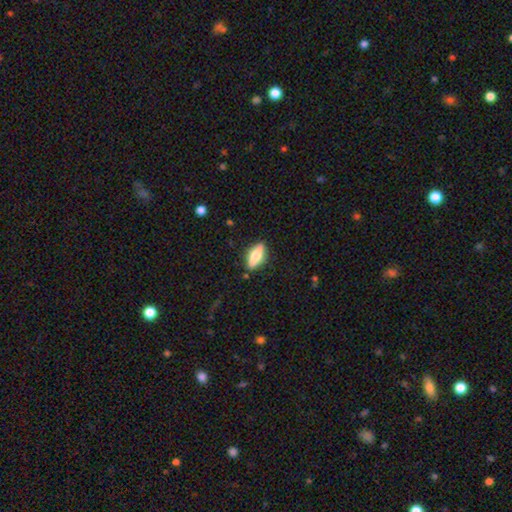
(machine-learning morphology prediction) Smooth or featured? Predicted: smooth (p=0.59). How rounded? Predicted: in between (p=0.70). Merging? Predicted: none (p=0.85).